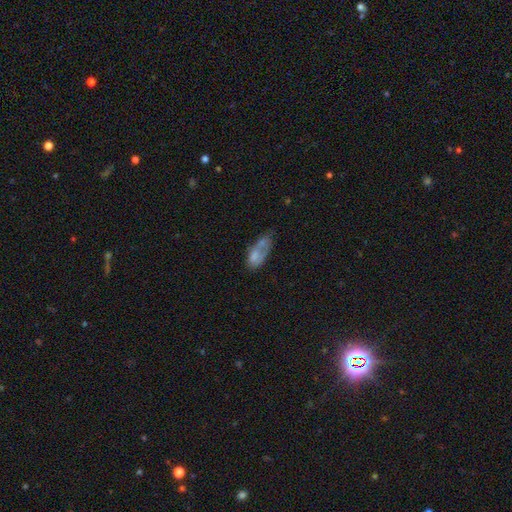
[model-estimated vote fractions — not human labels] Q: Smooth or featured?
A: smooth (61%); runner-up: featured or disk (30%)
Q: How rounded?
A: in between (84%); runner-up: cigar-shaped (13%)
Q: Merging?
A: none (30%); runner-up: minor disturbance (28%)